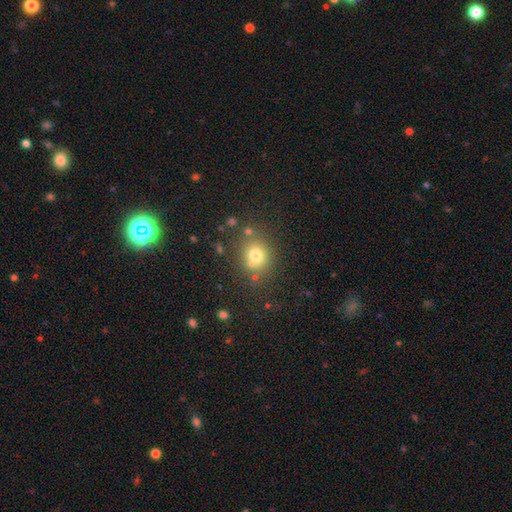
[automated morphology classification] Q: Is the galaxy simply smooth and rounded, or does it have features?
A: smooth — 74%.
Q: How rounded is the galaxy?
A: round — 75%.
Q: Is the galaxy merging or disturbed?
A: none — 69%.